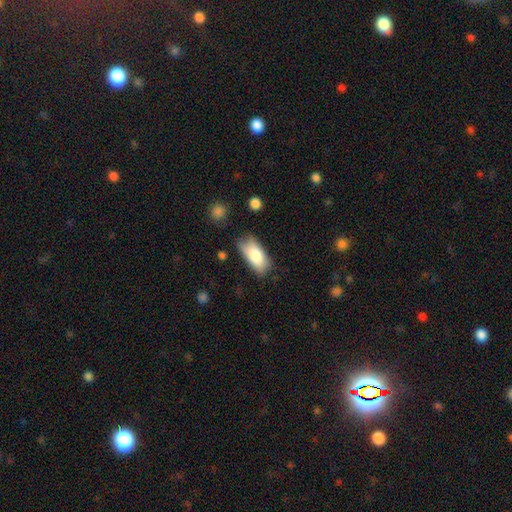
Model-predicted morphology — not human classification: A smooth galaxy with no disk features (81%) that is in between round and cigar-shaped (89%).

Vote fractions:
- Smooth or featured? smooth: 81% / featured or disk: 12% / star or artifact: 7%
- How rounded? in between: 89% / cigar-shaped: 9% / round: 3%
- Merging? none: 65% / minor disturbance: 25% / major disturbance: 7% / merger: 3%